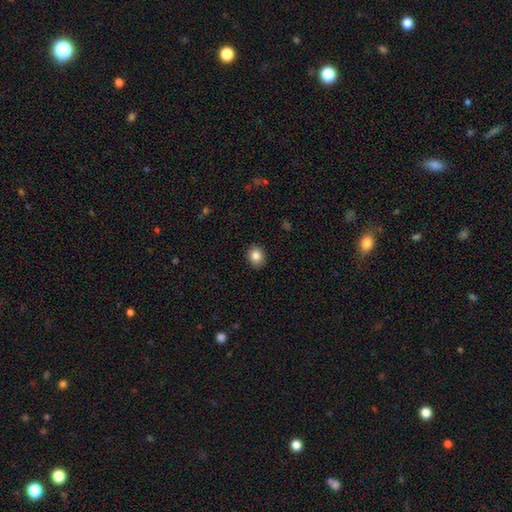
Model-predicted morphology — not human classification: Smooth or featured? Predicted: smooth (p=0.85). How rounded? Predicted: round (p=0.63). Merging? Predicted: none (p=0.91).